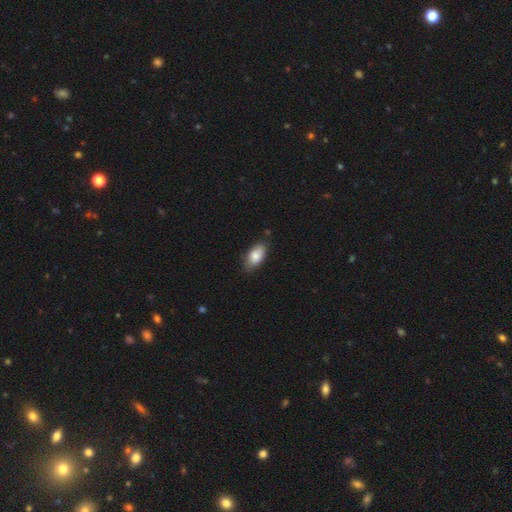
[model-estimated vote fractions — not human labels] Smooth or featured: smooth — 83% (featured or disk — 11%)
How rounded: in between — 92% (cigar-shaped — 5%)
Merging: none — 75% (minor disturbance — 21%)